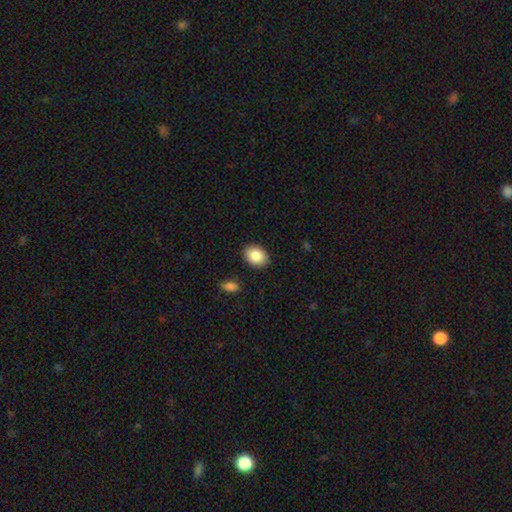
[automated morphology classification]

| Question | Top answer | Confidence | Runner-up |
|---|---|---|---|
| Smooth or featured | smooth | 87% | star or artifact (7%) |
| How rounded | in between | 73% | round (26%) |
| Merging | none | 88% | minor disturbance (8%) |